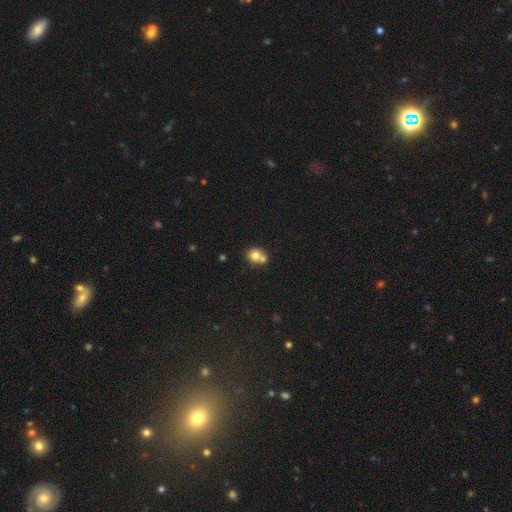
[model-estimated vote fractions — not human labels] smooth-or-featured: smooth: 75% | featured or disk: 14% | star or artifact: 11%
  how-rounded: round: 81% | in between: 18% | cigar-shaped: 1%
  merging: merger: 48% | none: 42% | minor disturbance: 8% | major disturbance: 3%